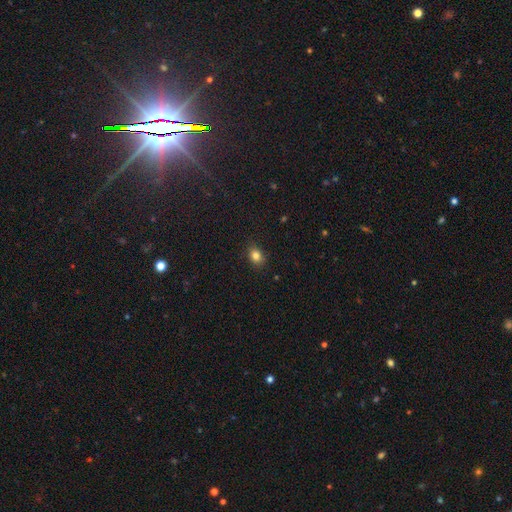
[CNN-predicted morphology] smooth 83%, star or artifact 12%, featured or disk 6%. Down the decision tree: how rounded — in between (51%); merging — none (85%).